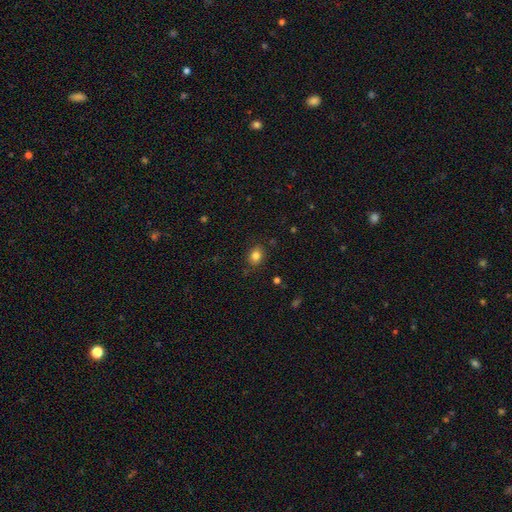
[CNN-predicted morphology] Smooth or featured? smooth (83%)
How rounded? in between (51%)
Merging? none (86%)